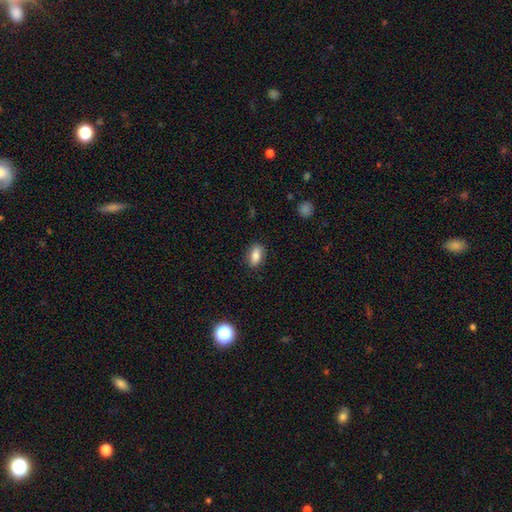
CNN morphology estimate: type=smooth (81%); roundness=in between (86%); merging=none (86%).